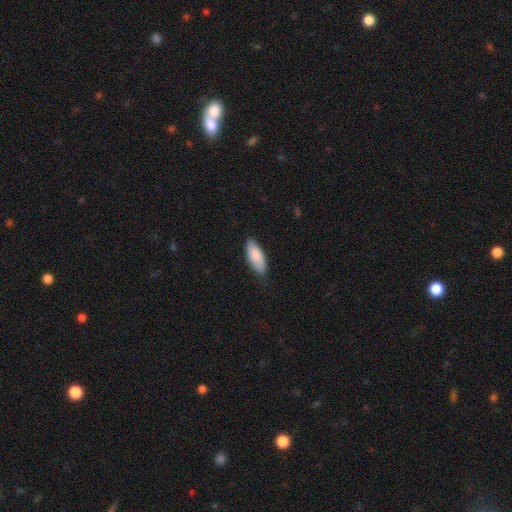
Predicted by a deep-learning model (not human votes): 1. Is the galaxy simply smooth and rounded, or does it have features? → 84% smooth, 11% featured or disk, 5% star or artifact.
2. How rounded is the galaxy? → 82% in between, 16% cigar-shaped, 2% round.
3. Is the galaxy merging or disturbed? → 81% none, 15% minor disturbance, 3% major disturbance, 1% merger.